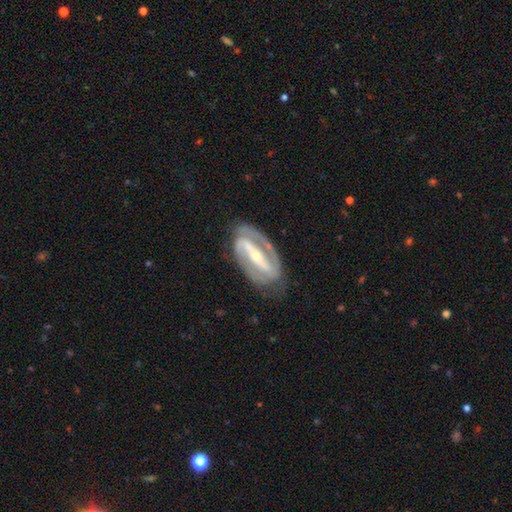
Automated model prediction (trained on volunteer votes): The model was most divided on "spiral winding": tight: 43%, medium: 42%, loose: 15%. More confident: edge-on disk — no (93%); spiral arms — yes (91%); smooth or featured — featured or disk (90%); spiral arm count — 2 (89%); bar — strong (81%); merging — none (78%); bulge size — small (59%).